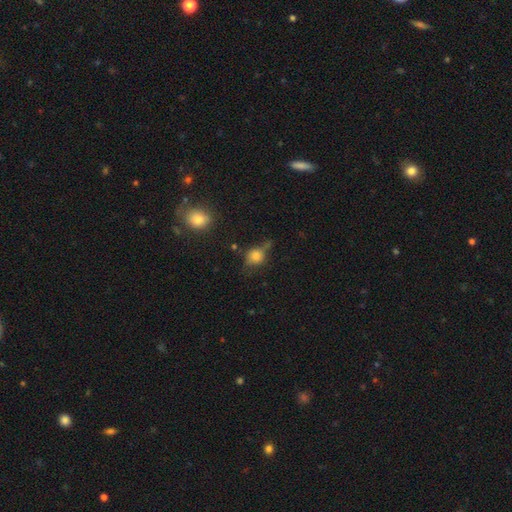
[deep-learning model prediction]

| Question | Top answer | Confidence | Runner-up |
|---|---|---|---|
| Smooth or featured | smooth | 60% | featured or disk (25%) |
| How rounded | round | 67% | in between (29%) |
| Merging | none | 53% | minor disturbance (25%) |